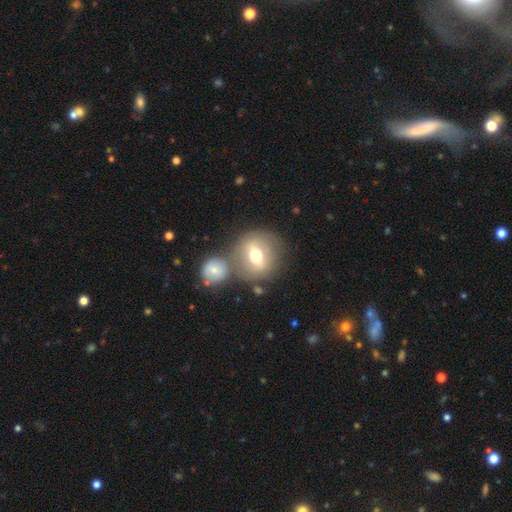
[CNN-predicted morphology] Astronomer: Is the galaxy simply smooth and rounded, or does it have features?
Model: smooth — 54% (runner-up: featured or disk, 38%).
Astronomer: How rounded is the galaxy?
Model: round — 79%.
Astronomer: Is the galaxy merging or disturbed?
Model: none — 58%.